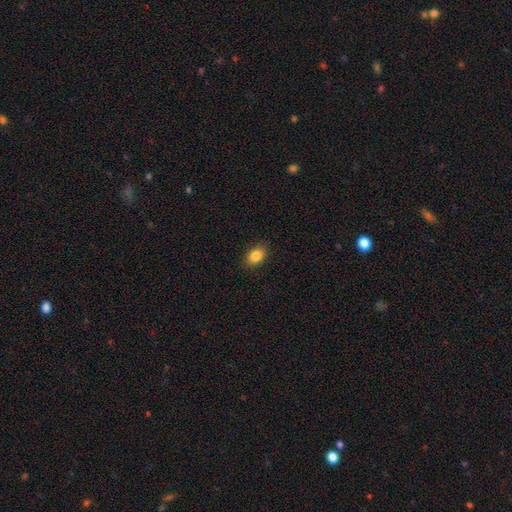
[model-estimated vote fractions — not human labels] Q: Smooth or featured?
A: smooth (86%); runner-up: star or artifact (9%)
Q: How rounded?
A: in between (81%); runner-up: round (18%)
Q: Merging?
A: none (87%); runner-up: minor disturbance (10%)